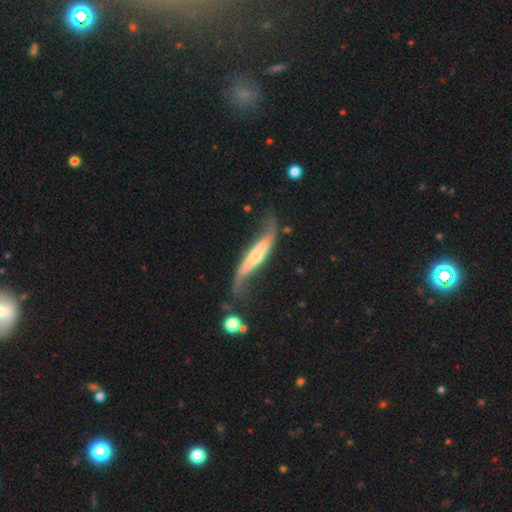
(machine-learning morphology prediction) featured or disk 73%, smooth 23%, star or artifact 5%. Down the decision tree: edge-on disk — no (51%); merging — none (48%).